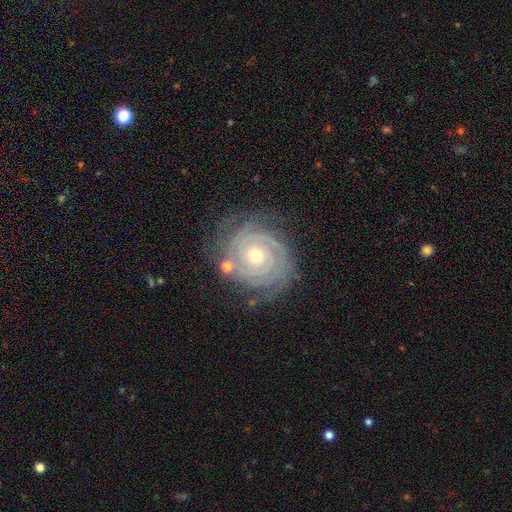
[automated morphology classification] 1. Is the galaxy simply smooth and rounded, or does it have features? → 89% featured or disk, 6% star or artifact, 5% smooth.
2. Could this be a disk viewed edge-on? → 97% no, 3% yes.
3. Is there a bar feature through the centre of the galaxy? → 77% no, 17% weak, 7% strong.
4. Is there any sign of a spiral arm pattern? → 98% yes, 2% no.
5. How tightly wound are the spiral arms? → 87% tight, 11% medium, 2% loose.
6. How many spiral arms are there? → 29% 3, 24% 2, 19% can't tell, 16% 4, 7% more than 4, 6% 1.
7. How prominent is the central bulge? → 49% moderate, 48% small, 1% large, 1% none, 1% dominant.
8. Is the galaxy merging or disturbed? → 78% none, 15% minor disturbance, 5% major disturbance, 3% merger.